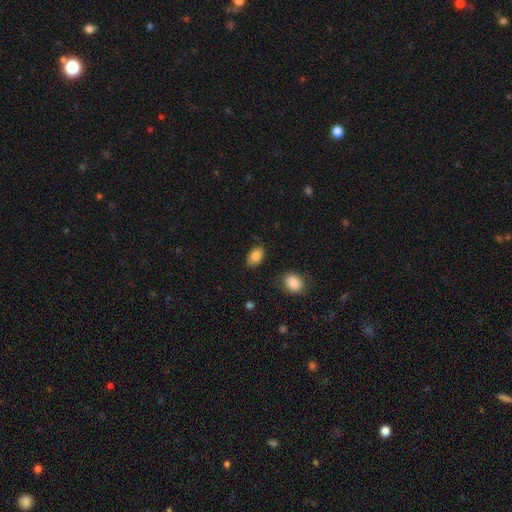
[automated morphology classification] Smooth or featured: smooth — 85% (star or artifact — 8%)
How rounded: in between — 88% (round — 10%)
Merging: none — 77% (minor disturbance — 16%)